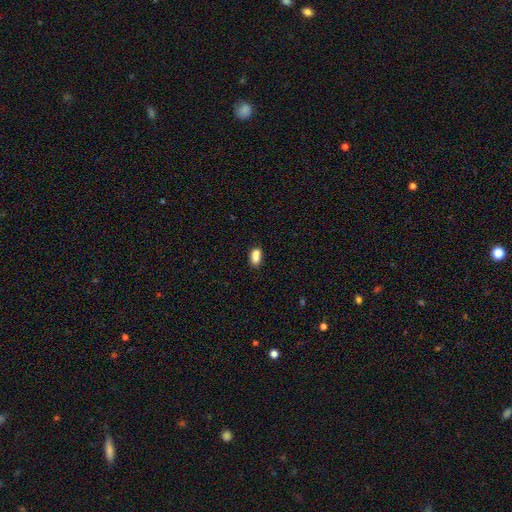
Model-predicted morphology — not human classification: smooth_or_featured: smooth (p=0.78) [alt: featured or disk p=0.12]
how_rounded: in between (p=0.80) [alt: round p=0.16]
merging: merger (p=0.41) [alt: none p=0.40]